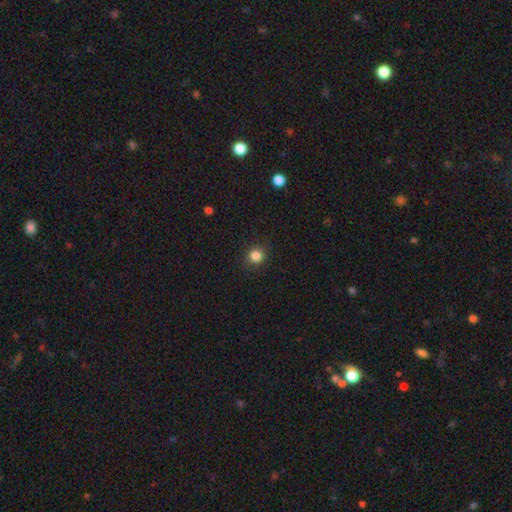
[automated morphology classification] Smooth or featured?
  - smooth: 84% *
  - star or artifact: 12%
  - featured or disk: 4%
How rounded?
  - round: 89% *
  - in between: 10%
  - cigar-shaped: 1%
Merging?
  - none: 91% *
  - minor disturbance: 6%
  - major disturbance: 2%
  - merger: 1%